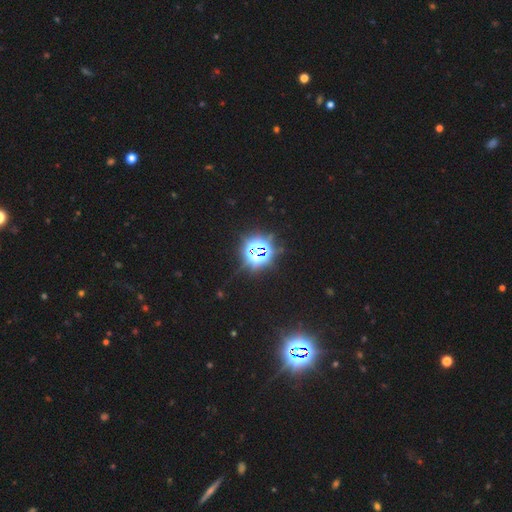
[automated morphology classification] This is clearly a star or artifact rather than a galaxy (80%).